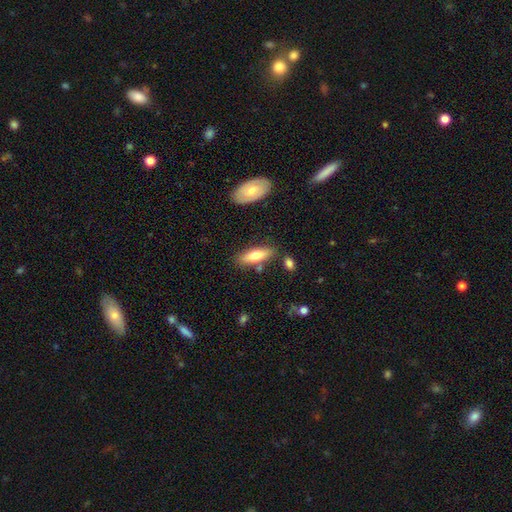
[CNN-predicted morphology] type=smooth (69%); roundness=in between (57%); merging=none (77%).